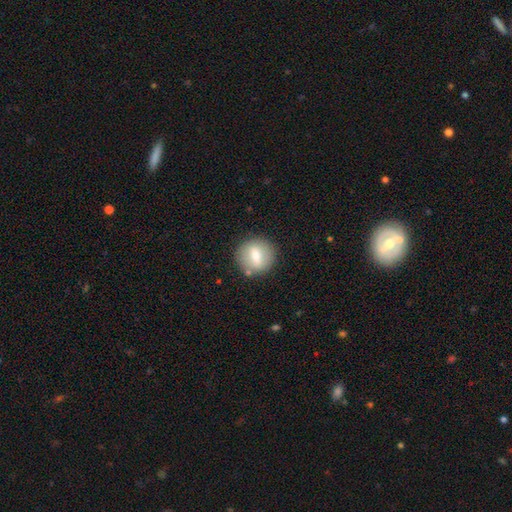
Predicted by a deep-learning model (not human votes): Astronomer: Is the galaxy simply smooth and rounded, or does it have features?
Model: smooth — 67%.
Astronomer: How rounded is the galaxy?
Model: round — 90%.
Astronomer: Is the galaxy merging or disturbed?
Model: none — 83%.